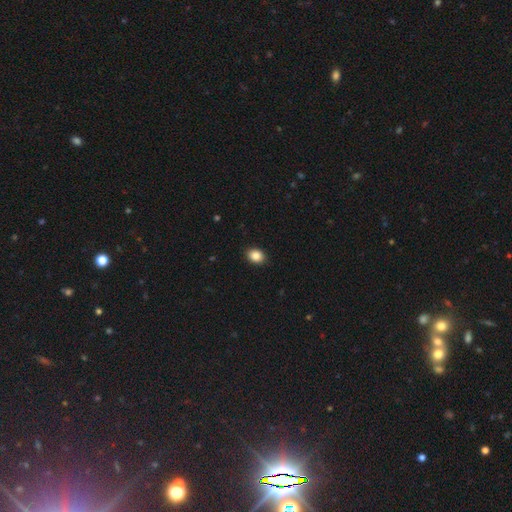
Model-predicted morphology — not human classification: Smooth or featured? smooth (88%)
How rounded? in between (63%)
Merging? none (90%)